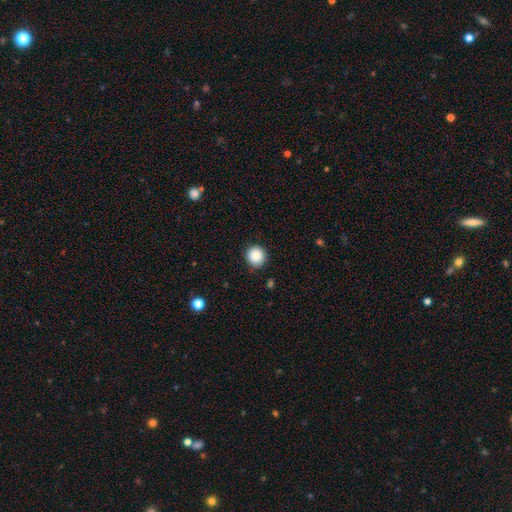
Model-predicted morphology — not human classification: Smooth or featured: smooth — 88% (star or artifact — 9%)
How rounded: round — 92% (in between — 7%)
Merging: none — 88% (minor disturbance — 8%)